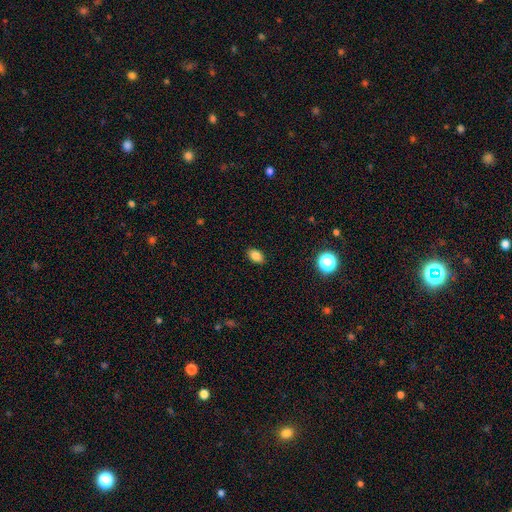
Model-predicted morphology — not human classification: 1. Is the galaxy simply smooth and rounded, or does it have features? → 84% smooth, 10% star or artifact, 5% featured or disk.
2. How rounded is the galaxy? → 86% in between, 13% round, 1% cigar-shaped.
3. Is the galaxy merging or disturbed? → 89% none, 8% minor disturbance, 2% major disturbance, 1% merger.